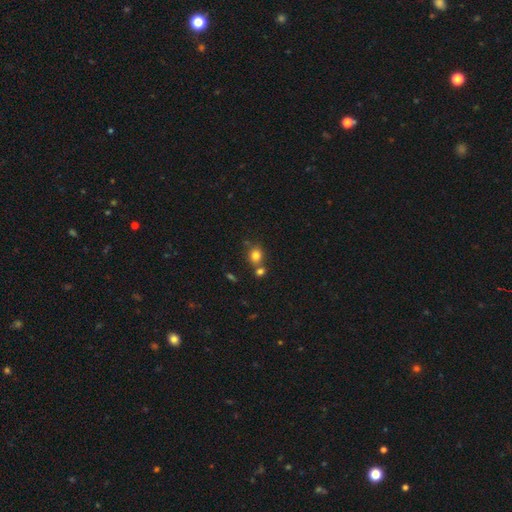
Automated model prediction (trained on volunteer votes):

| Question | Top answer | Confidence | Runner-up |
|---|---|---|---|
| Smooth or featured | smooth | 81% | star or artifact (12%) |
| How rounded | round | 70% | in between (29%) |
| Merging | none | 60% | merger (25%) |